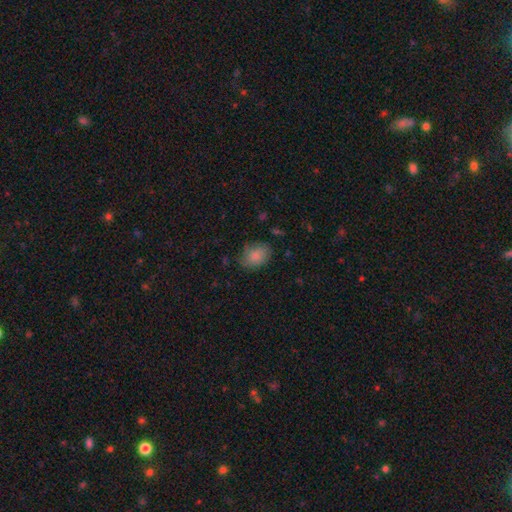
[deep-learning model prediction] smooth_or_featured: smooth (p=0.83) [alt: featured or disk p=0.09]
how_rounded: in between (p=0.67) [alt: round p=0.32]
merging: none (p=0.71) [alt: minor disturbance p=0.22]